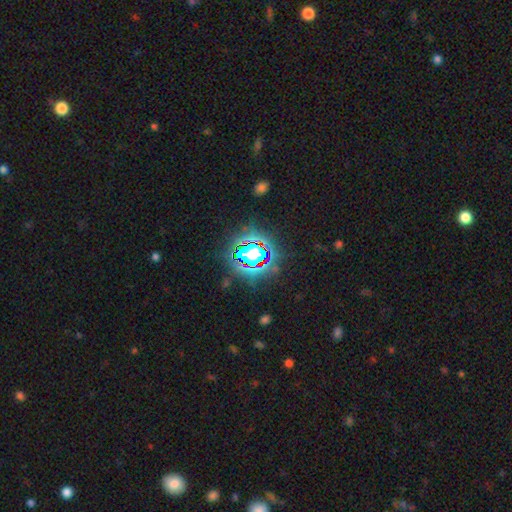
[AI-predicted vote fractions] Smooth or featured?
  - star or artifact: 69% *
  - smooth: 19%
  - featured or disk: 12%